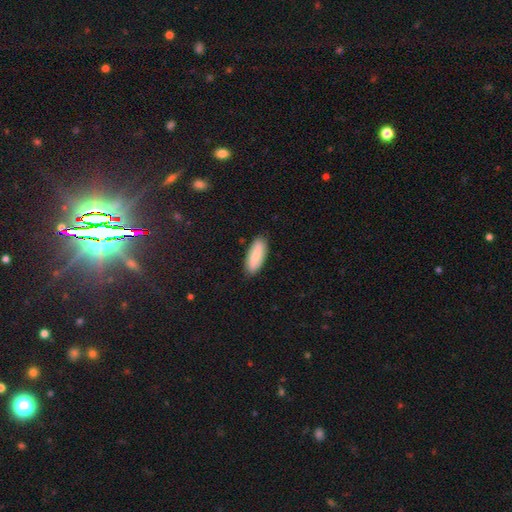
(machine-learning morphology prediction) This is likely a smooth galaxy (76%). How rounded: likely in between (72%). Merging: clearly none (87%).